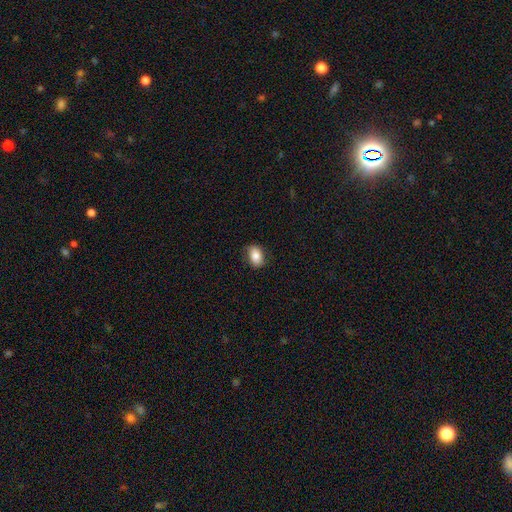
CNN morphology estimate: smooth-or-featured: smooth: 84% | featured or disk: 8% | star or artifact: 8%
  how-rounded: in between: 86% | round: 13% | cigar-shaped: 2%
  merging: none: 82% | minor disturbance: 14% | major disturbance: 3% | merger: 1%